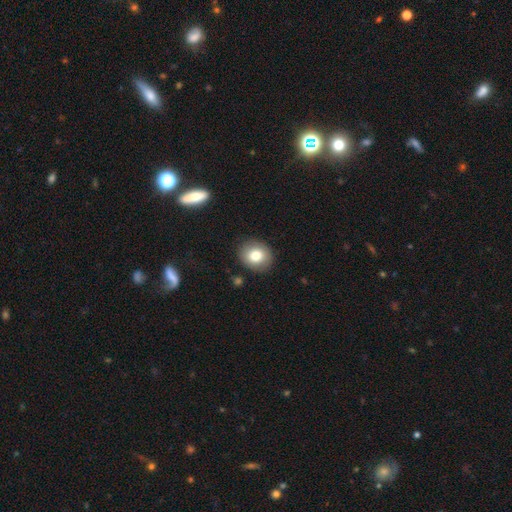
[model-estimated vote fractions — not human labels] smooth_or_featured: smooth (p=0.79) [alt: featured or disk p=0.12]
how_rounded: round (p=0.74) [alt: in between p=0.25]
merging: none (p=0.87) [alt: minor disturbance p=0.09]